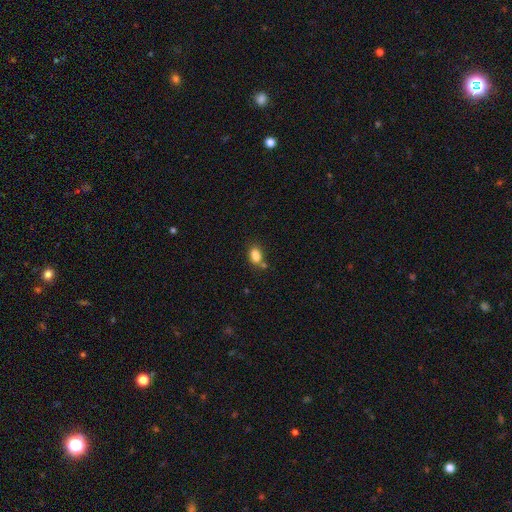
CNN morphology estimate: smooth-or-featured: smooth: 83% | star or artifact: 11% | featured or disk: 6%
  how-rounded: in between: 82% | round: 16% | cigar-shaped: 2%
  merging: none: 57% | merger: 20% | minor disturbance: 17% | major disturbance: 5%